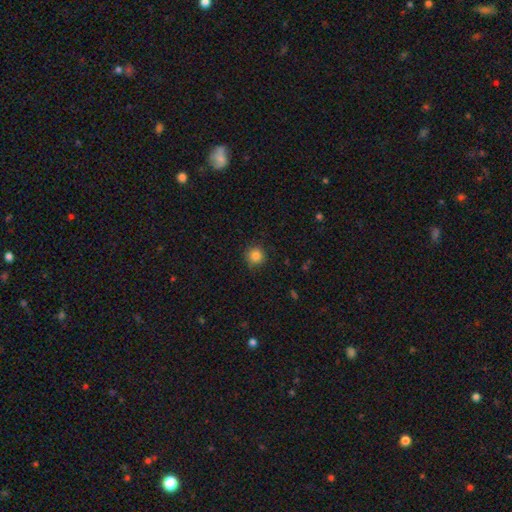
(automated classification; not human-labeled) Smooth or featured? Predicted: smooth (p=0.84). How rounded? Predicted: round (p=0.94). Merging? Predicted: none (p=0.88).